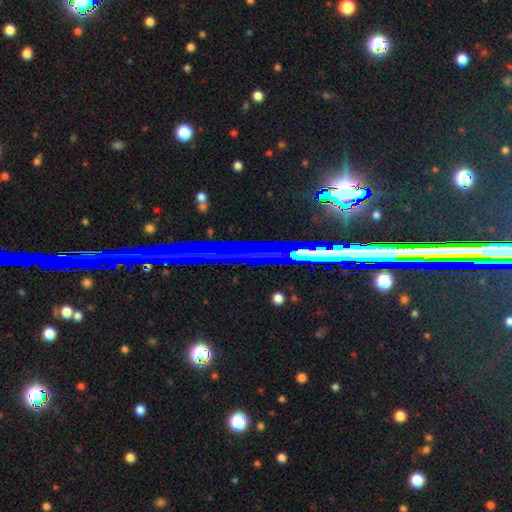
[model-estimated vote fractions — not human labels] Smooth or featured? Predicted: star or artifact (p=0.71).